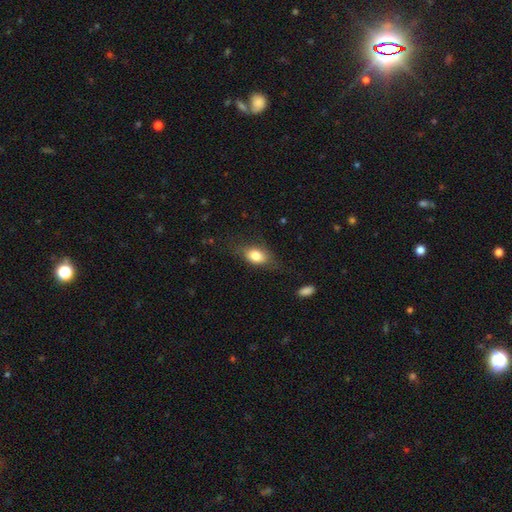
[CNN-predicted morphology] The model was most divided on "merging": none: 67%, minor disturbance: 22%, major disturbance: 9%, merger: 2%. More confident: how rounded — in between (80%); smooth or featured — smooth (77%).